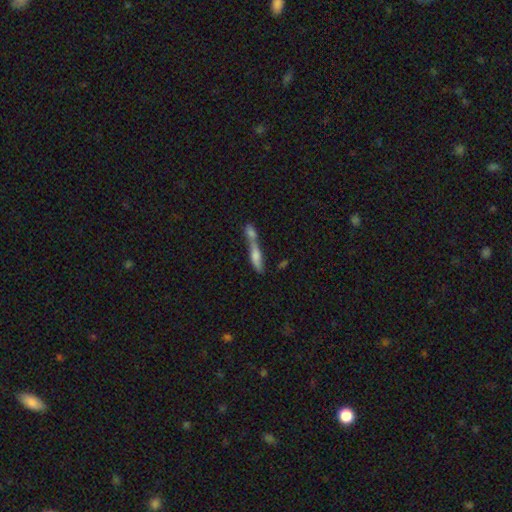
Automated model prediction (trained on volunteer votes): Smooth or featured? Predicted: smooth (p=0.61). How rounded? Predicted: cigar-shaped (p=0.67). Merging? Predicted: merger (p=0.71).